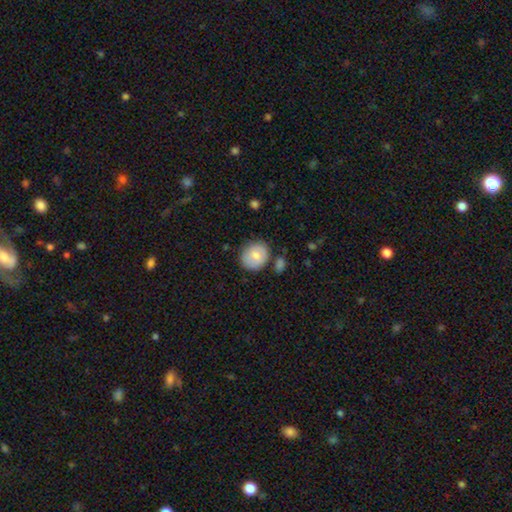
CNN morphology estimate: Smooth or featured? smooth (78%)
How rounded? round (68%)
Merging? none (74%)